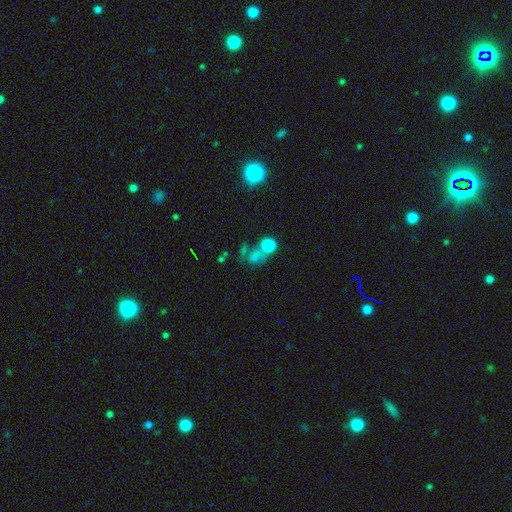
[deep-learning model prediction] Smooth or featured?
  - smooth: 62% *
  - star or artifact: 22%
  - featured or disk: 15%
How rounded?
  - round: 61% *
  - in between: 37%
  - cigar-shaped: 2%
Merging?
  - none: 35% *
  - merger: 33%
  - major disturbance: 19%
  - minor disturbance: 14%